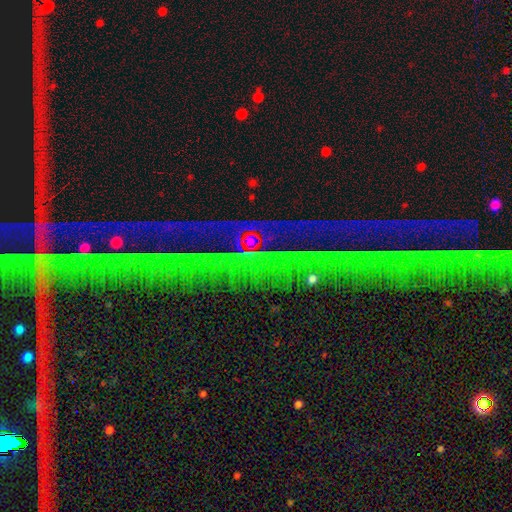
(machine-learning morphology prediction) Q: Smooth or featured?
A: star or artifact (87%); runner-up: featured or disk (8%)